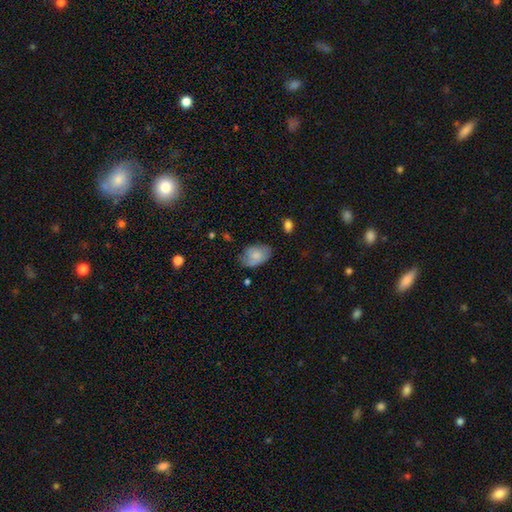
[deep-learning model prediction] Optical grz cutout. It shows a smooth galaxy with no disk features (69%) that is in between round and cigar-shaped (86%). Merging: none (61%).